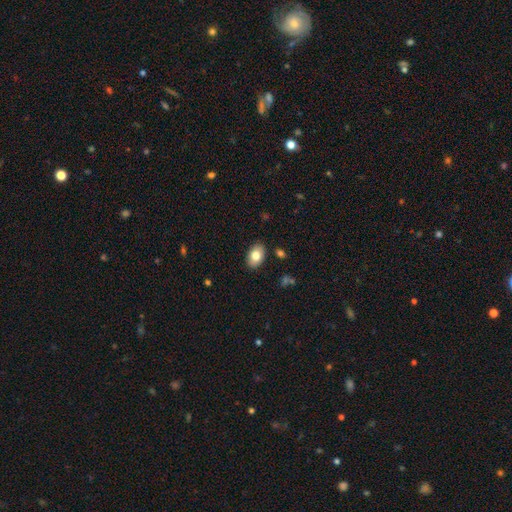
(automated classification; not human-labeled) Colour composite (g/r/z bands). It shows a smooth galaxy with no disk features (80%) that is in between round and cigar-shaped (88%). Merging: none (87%).